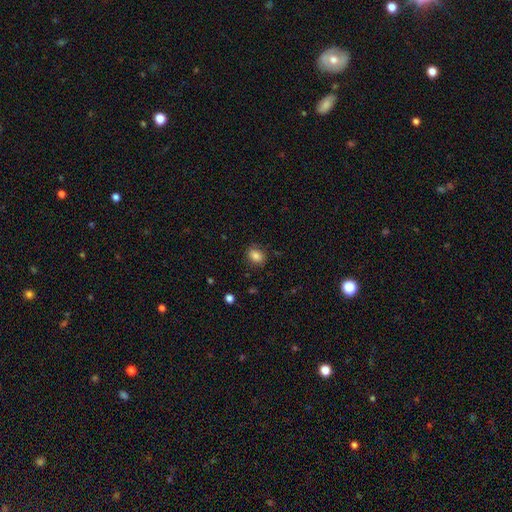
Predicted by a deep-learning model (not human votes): This is clearly a smooth galaxy (85%). How rounded: likely in between (61%). Merging: clearly none (85%).